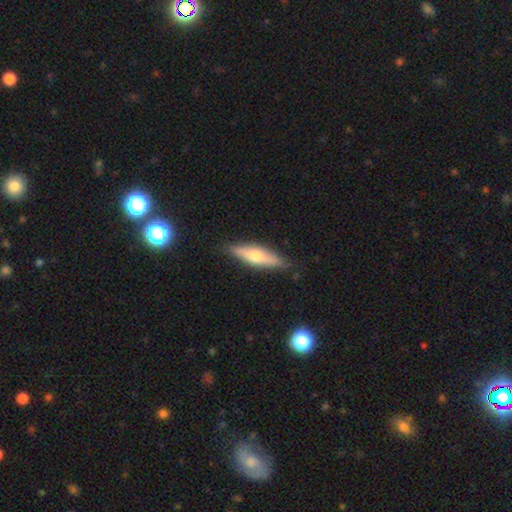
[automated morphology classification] Smooth or featured: featured or disk — 48% (smooth — 46%)
Merging: none — 83% (minor disturbance — 13%)